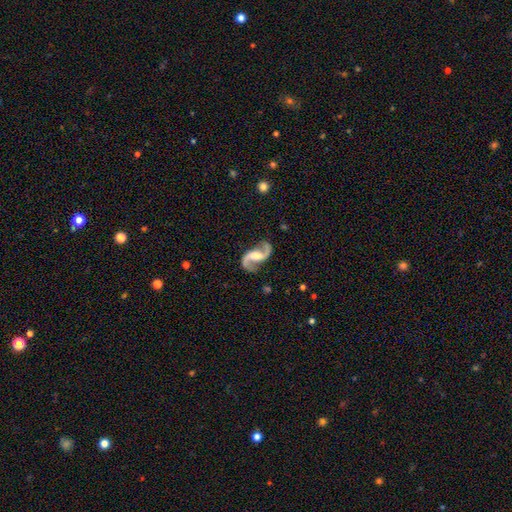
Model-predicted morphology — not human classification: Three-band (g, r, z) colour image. It shows a featured or disk galaxy (92%) with a weak bar (41%), 2 (95%) loose (61%) spiral arms (98%) and a moderate central bulge (48%). Merging: none (82%).